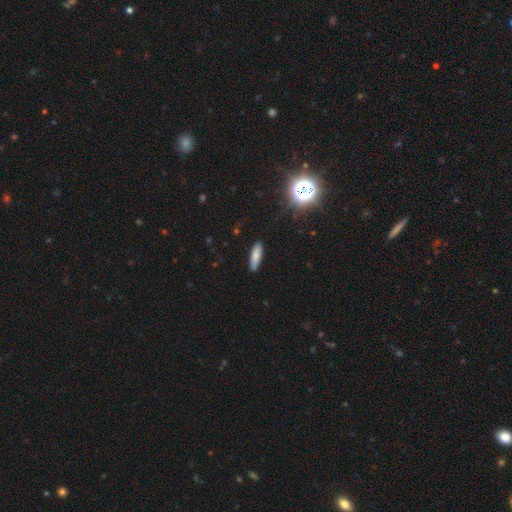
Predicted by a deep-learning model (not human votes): Overall: smooth (79%). How rounded: cigar-shaped (55%; in between 43%). Merging: none (86%).